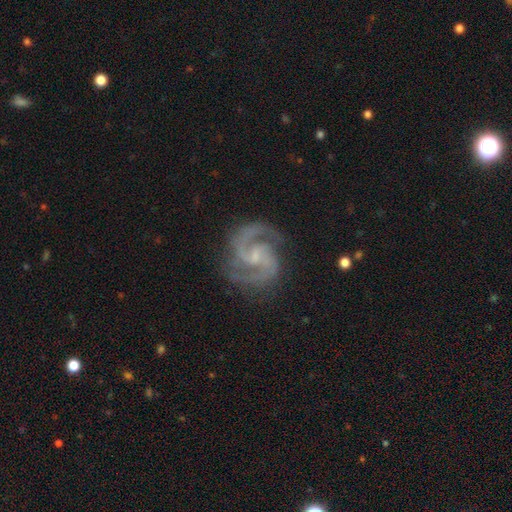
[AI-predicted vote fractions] Smooth or featured?
  - featured or disk: 93% *
  - star or artifact: 4%
  - smooth: 3%
Edge-on disk?
  - no: 98% *
  - yes: 2%
Bar?
  - weak: 48% *
  - no: 39%
  - strong: 13%
Spiral arms?
  - yes: 99% *
  - no: 1%
Spiral winding?
  - medium: 64% *
  - tight: 27%
  - loose: 9%
Spiral arm count?
  - 2: 89% *
  - 3: 5%
  - can't tell: 2%
  - 1: 1%
  - 4: 1%
  - more than 4: 1%
Bulge size?
  - small: 61% *
  - none: 19%
  - moderate: 18%
  - large: 1%
  - dominant: 1%
Merging?
  - none: 79% *
  - minor disturbance: 14%
  - major disturbance: 5%
  - merger: 1%